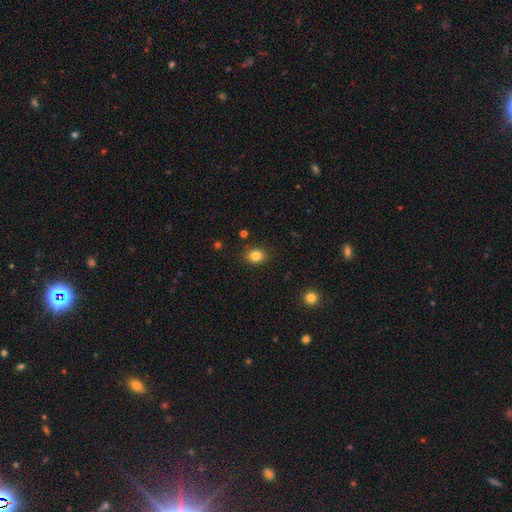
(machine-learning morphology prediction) Smooth or featured? Predicted: smooth (p=0.82). How rounded? Predicted: round (p=0.55). Merging? Predicted: none (p=0.88).